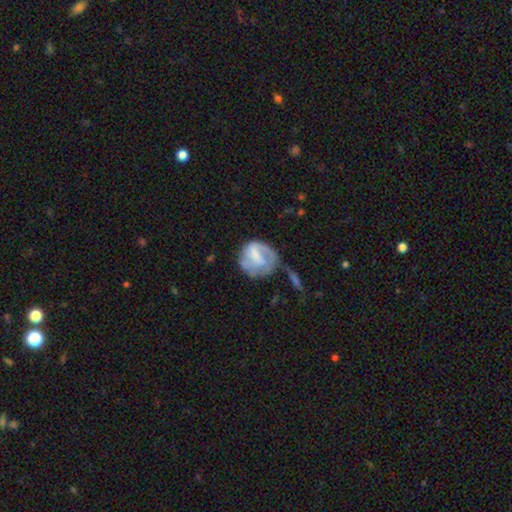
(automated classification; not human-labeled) Smooth or featured? Predicted: featured or disk (p=0.50). Merging? Predicted: none (p=0.39).